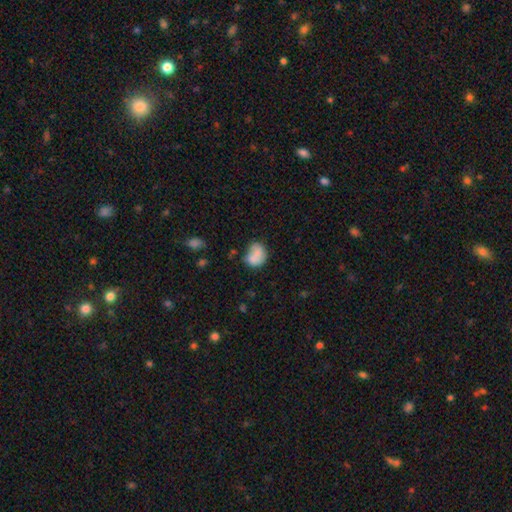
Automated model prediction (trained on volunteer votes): Smooth or featured? Predicted: smooth (p=0.75). How rounded? Predicted: round (p=0.52). Merging? Predicted: none (p=0.40).